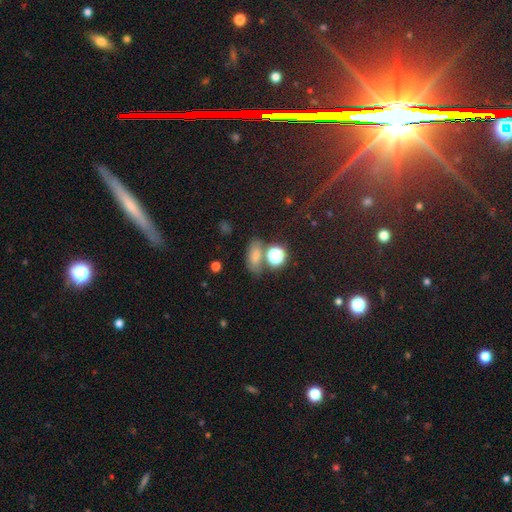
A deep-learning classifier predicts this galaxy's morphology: This appears to be a smooth galaxy with no disk features (69%) that is in between round and cigar-shaped (74%). Merging: none (63%).